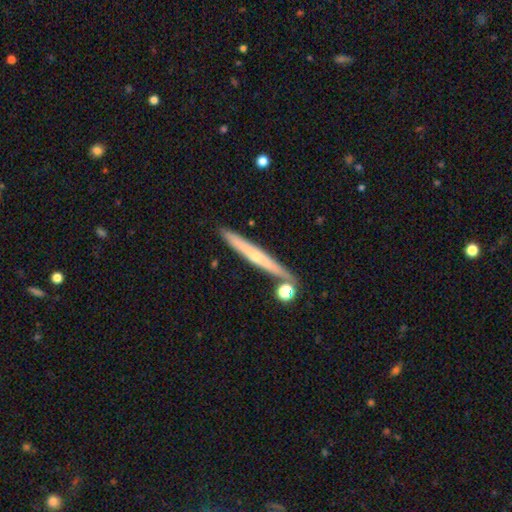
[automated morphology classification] This appears to be a featured or disk galaxy (54%) viewed edge-on (94%) with a rounded central bulge (53%). Merging: none (80%).